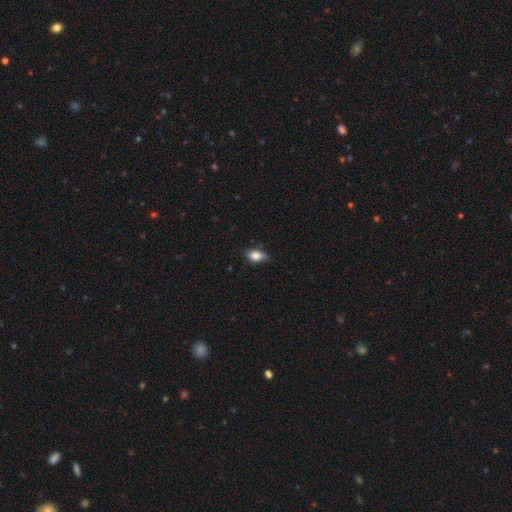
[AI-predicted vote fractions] Smooth or featured?
  - smooth: 83% *
  - featured or disk: 9%
  - star or artifact: 8%
How rounded?
  - in between: 87% *
  - round: 7%
  - cigar-shaped: 5%
Merging?
  - none: 77% *
  - minor disturbance: 19%
  - major disturbance: 3%
  - merger: 1%